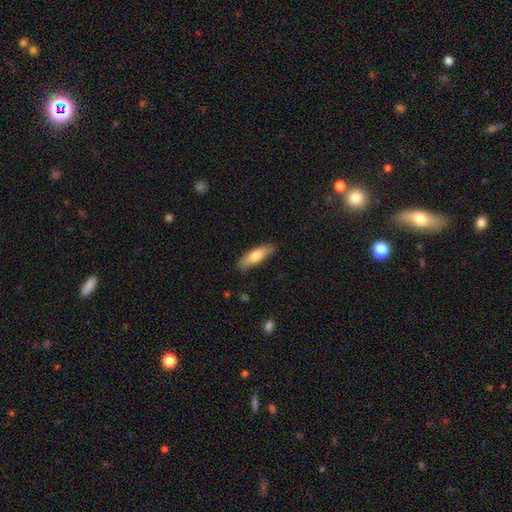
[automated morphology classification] This is likely a smooth galaxy (71%). How rounded: possibly cigar-shaped (53%). Merging: clearly none (85%).